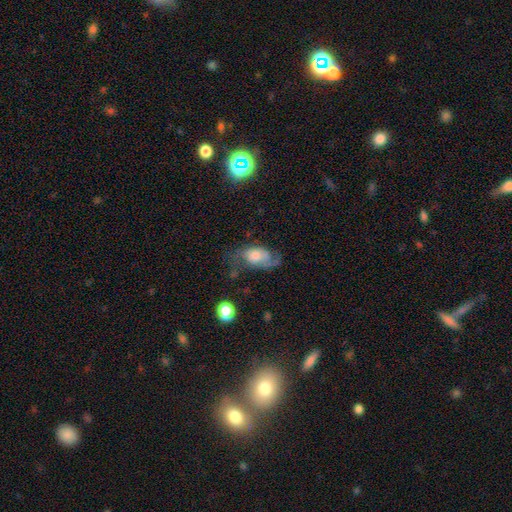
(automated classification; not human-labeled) Smooth or featured: featured or disk — 56% (smooth — 34%)
Edge-on disk: no — 93% (yes — 7%)
Bar: no — 76% (weak — 21%)
Spiral arms: yes — 78% (no — 22%)
Bulge size: moderate — 50% (small — 28%)
Merging: none — 44% (minor disturbance — 27%)